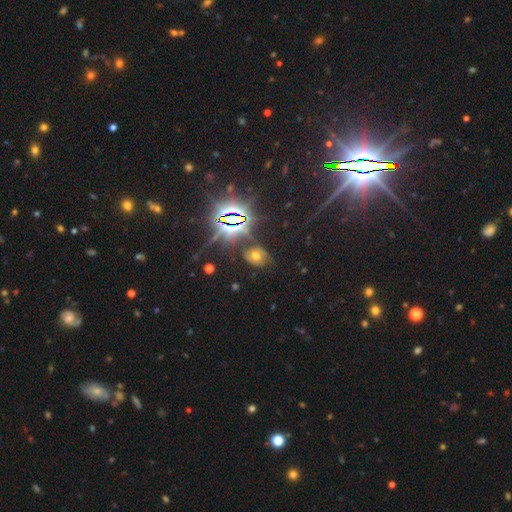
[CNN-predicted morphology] Smooth or featured? Predicted: star or artifact (p=0.42).